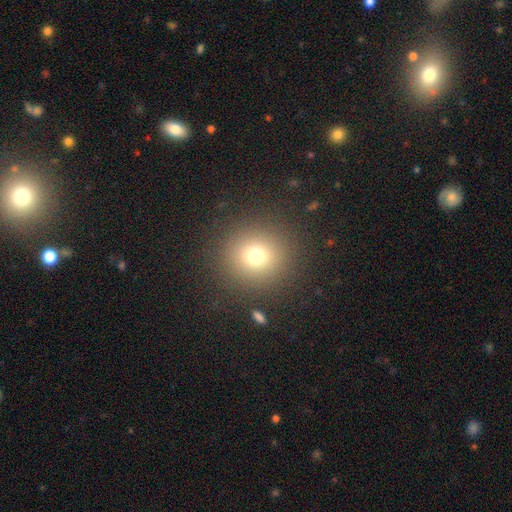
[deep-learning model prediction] A smooth galaxy with no disk features (74%) that is round (91%).

Vote fractions:
- Smooth or featured? smooth: 74% / star or artifact: 17% / featured or disk: 9%
- How rounded? round: 91% / in between: 8% / cigar-shaped: 1%
- Merging? none: 89% / minor disturbance: 6% / major disturbance: 4% / merger: 2%